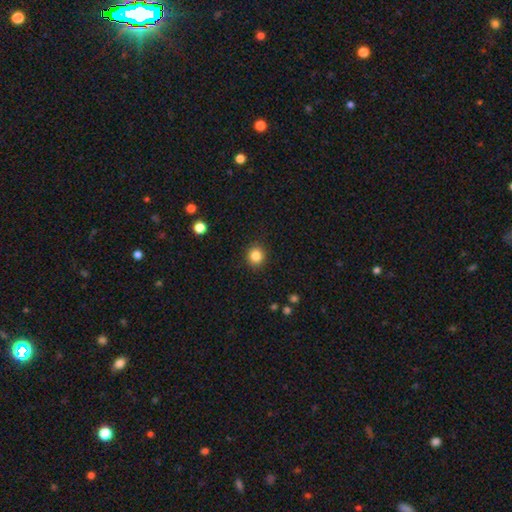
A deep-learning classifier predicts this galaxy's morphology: Smooth or featured? smooth (85%)
How rounded? round (86%)
Merging? none (90%)